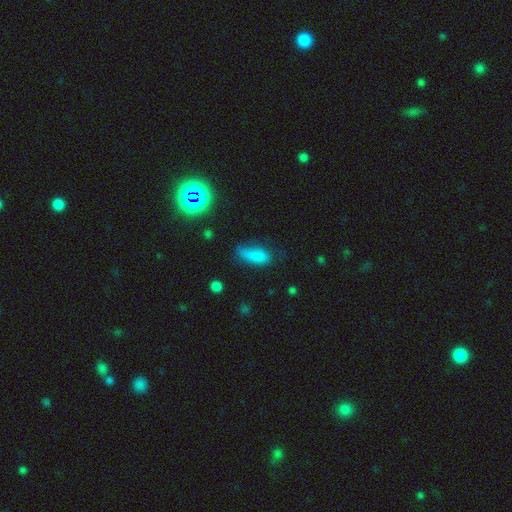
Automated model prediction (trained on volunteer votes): Q: Smooth or featured?
A: smooth (79%); runner-up: star or artifact (12%)
Q: How rounded?
A: in between (73%); runner-up: cigar-shaped (24%)
Q: Merging?
A: none (49%); runner-up: minor disturbance (31%)